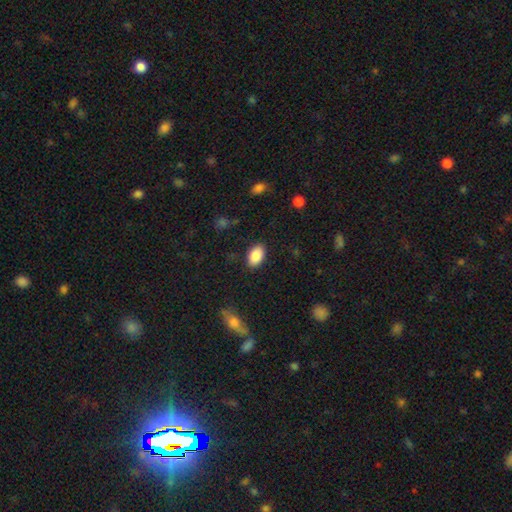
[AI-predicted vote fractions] The model was most divided on "merging": none: 87%, minor disturbance: 9%, major disturbance: 2%, merger: 1%. More confident: how rounded — in between (92%); smooth or featured — smooth (88%).